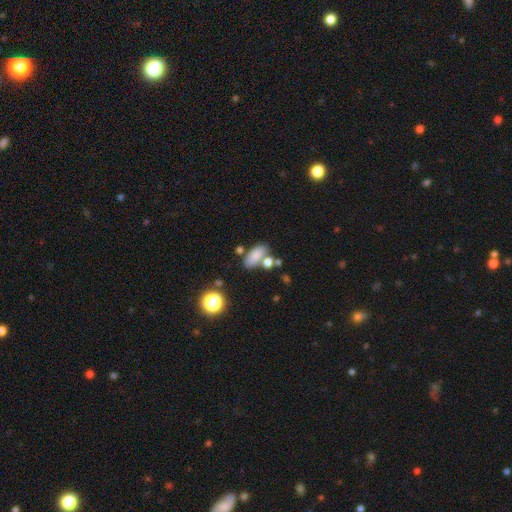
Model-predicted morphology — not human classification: smooth-or-featured: smooth: 80% | star or artifact: 11% | featured or disk: 10%
  how-rounded: in between: 85% | cigar-shaped: 9% | round: 6%
  merging: none: 58% | merger: 21% | minor disturbance: 15% | major disturbance: 6%